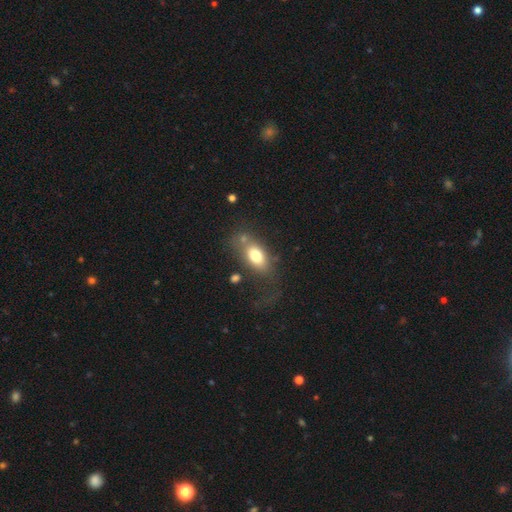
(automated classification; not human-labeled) A smooth galaxy with no disk features (73%) that is in between round and cigar-shaped (86%).

Vote fractions:
- Smooth or featured? smooth: 73% / featured or disk: 19% / star or artifact: 8%
- How rounded? in between: 86% / round: 8% / cigar-shaped: 6%
- Merging? none: 52% / minor disturbance: 20% / major disturbance: 16% / merger: 11%